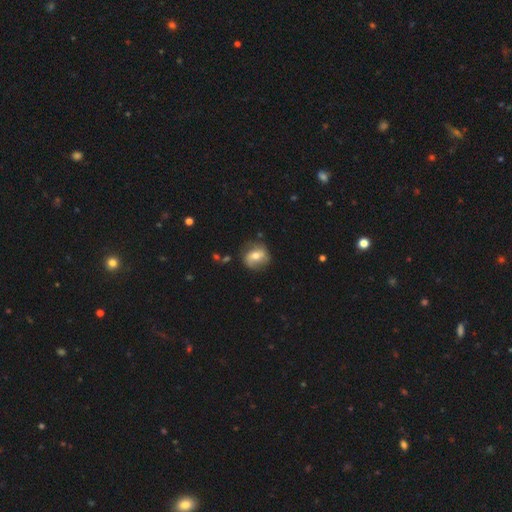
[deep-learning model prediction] A featured or disk galaxy (47%).

Vote fractions:
- Smooth or featured? featured or disk: 47% / smooth: 45% / star or artifact: 8%
- Merging? none: 74% / minor disturbance: 18% / major disturbance: 6% / merger: 2%